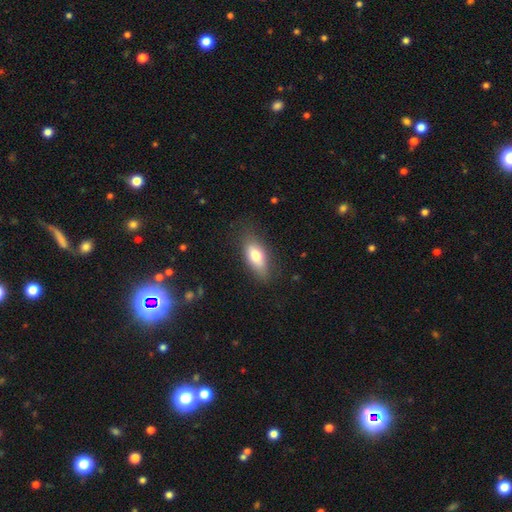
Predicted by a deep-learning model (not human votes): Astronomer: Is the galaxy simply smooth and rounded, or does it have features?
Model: smooth — 73%.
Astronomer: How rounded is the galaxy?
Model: in between — 82%.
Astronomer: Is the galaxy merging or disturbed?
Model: none — 78%.